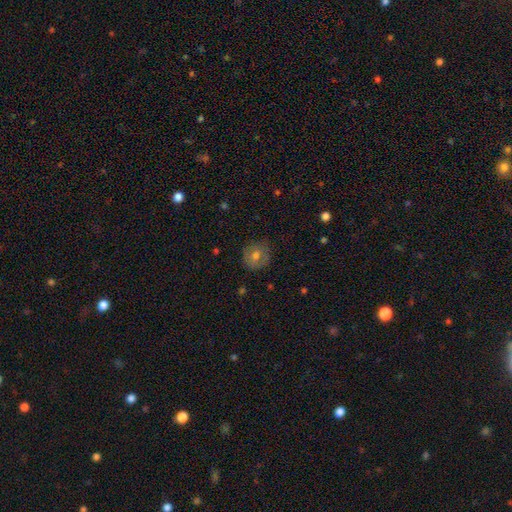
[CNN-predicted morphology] type=smooth (56%); roundness=round (85%); merging=none (79%).